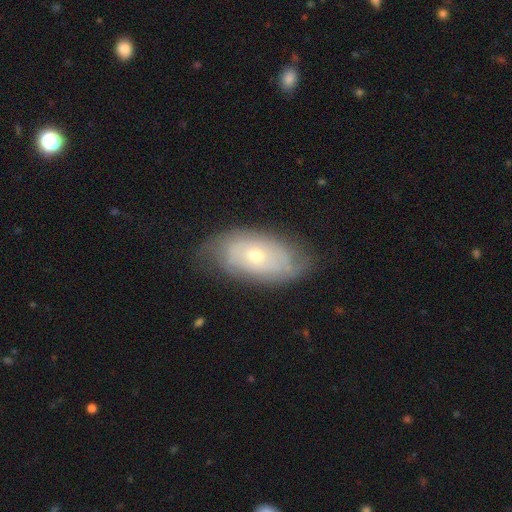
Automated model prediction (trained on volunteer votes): A featured or disk galaxy (55%).

Vote fractions:
- Smooth or featured? featured or disk: 55% / smooth: 38% / star or artifact: 7%
- Edge-on disk? no: 90% / yes: 10%
- Merging? none: 70% / minor disturbance: 22% / major disturbance: 7% / merger: 1%